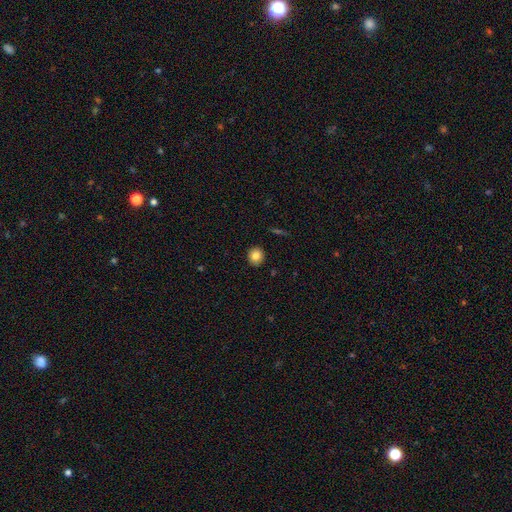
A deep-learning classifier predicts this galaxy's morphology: A smooth galaxy with no disk features (83%) that is round (85%). Merging: none (91%).